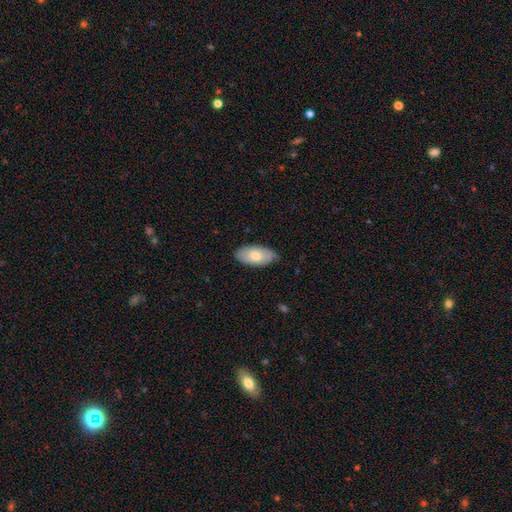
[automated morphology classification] A smooth galaxy with no disk features (71%) that is in between round and cigar-shaped (93%). Merging: none (80%).